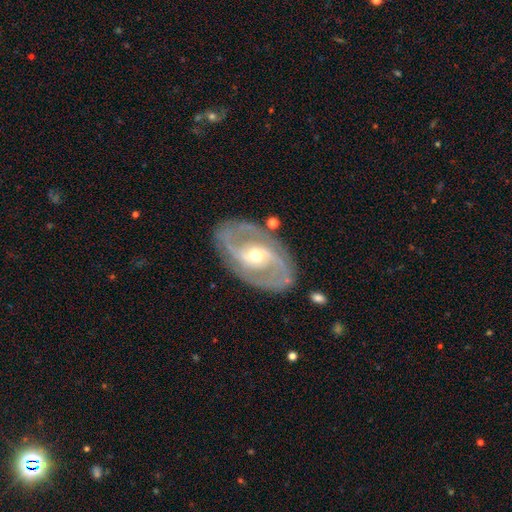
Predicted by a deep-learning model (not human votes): Overall: featured or disk (89%). Edge-on disk: no (96%). Bar: weak (43%; no 37%). Spiral arms: yes (95%). Spiral arm count: 2 (83%). Spiral winding: medium (49%; tight 38%). Bulge size: moderate (64%; small 31%). Merging: none (82%).